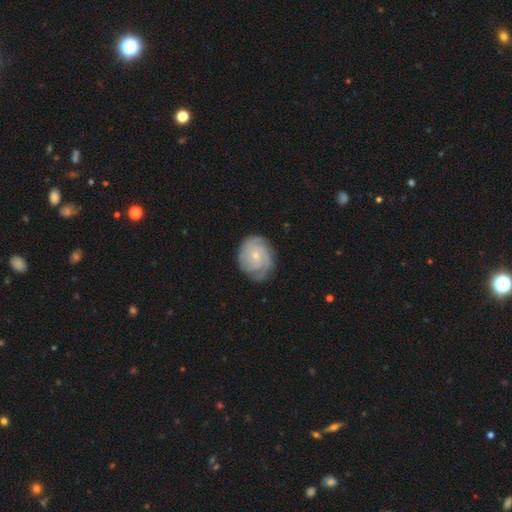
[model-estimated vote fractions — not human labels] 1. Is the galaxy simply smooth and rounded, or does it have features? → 74% featured or disk, 19% smooth, 6% star or artifact.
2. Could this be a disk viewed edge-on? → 97% no, 3% yes.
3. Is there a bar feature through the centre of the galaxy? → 78% no, 19% weak, 3% strong.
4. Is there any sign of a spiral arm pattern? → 94% yes, 6% no.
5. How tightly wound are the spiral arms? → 70% tight, 24% medium, 6% loose.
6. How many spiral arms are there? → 33% can't tell, 27% 3, 15% 2, 13% 4, 6% 1, 6% more than 4.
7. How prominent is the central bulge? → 68% small, 28% moderate, 2% none, 1% large, 1% dominant.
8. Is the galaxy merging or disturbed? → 74% none, 19% minor disturbance, 6% major disturbance, 1% merger.